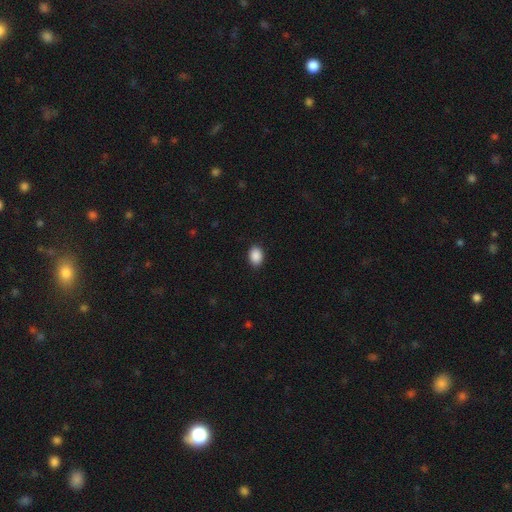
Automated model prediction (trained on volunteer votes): This appears to be a smooth galaxy with no disk features (90%) that is in between round and cigar-shaped (77%). Merging: none (90%).